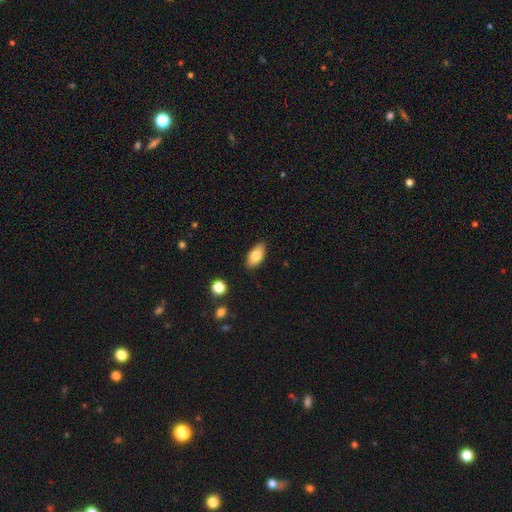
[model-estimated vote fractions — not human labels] smooth-or-featured: smooth: 80% | featured or disk: 13% | star or artifact: 7%
  how-rounded: in between: 90% | cigar-shaped: 6% | round: 4%
  merging: none: 86% | minor disturbance: 11% | major disturbance: 2% | merger: 1%